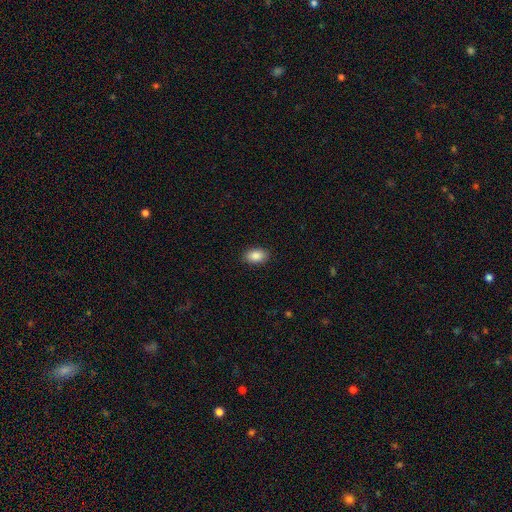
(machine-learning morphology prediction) smooth_or_featured: smooth (p=0.88) [alt: star or artifact p=0.07]
how_rounded: in between (p=0.91) [alt: round p=0.07]
merging: none (p=0.89) [alt: minor disturbance p=0.08]